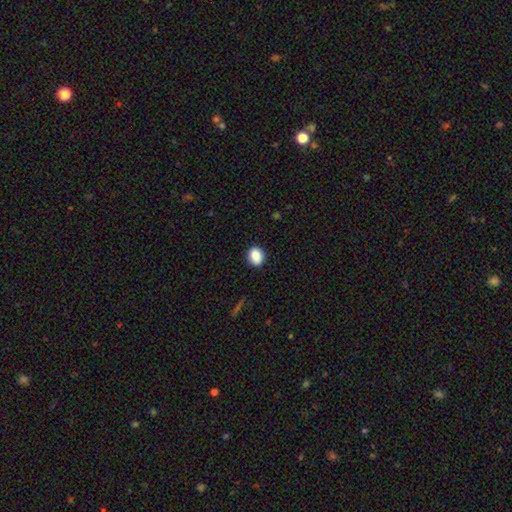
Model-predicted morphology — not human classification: smooth_or_featured: smooth (p=0.88) [alt: star or artifact p=0.08]
how_rounded: round (p=0.54) [alt: in between p=0.45]
merging: none (p=0.89) [alt: minor disturbance p=0.08]